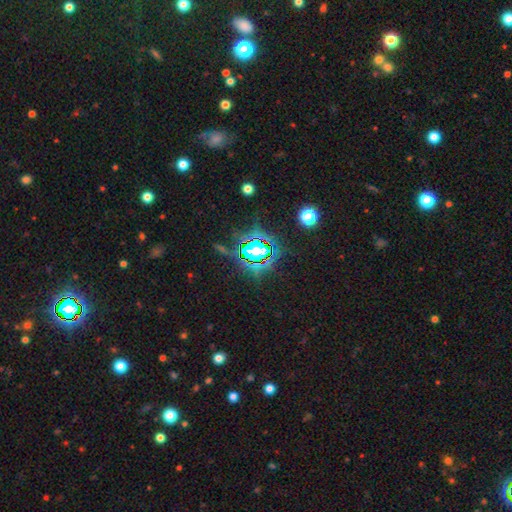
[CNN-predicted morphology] Smooth or featured? Predicted: star or artifact (p=0.73).